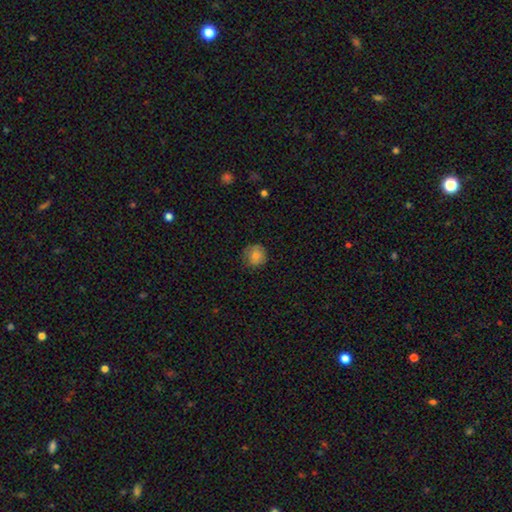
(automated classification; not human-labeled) A smooth galaxy with no disk features (77%) that is round (91%).

Vote fractions:
- Smooth or featured? smooth: 77% / featured or disk: 12% / star or artifact: 11%
- How rounded? round: 91% / in between: 8% / cigar-shaped: 1%
- Merging? none: 82% / minor disturbance: 14% / major disturbance: 3% / merger: 1%